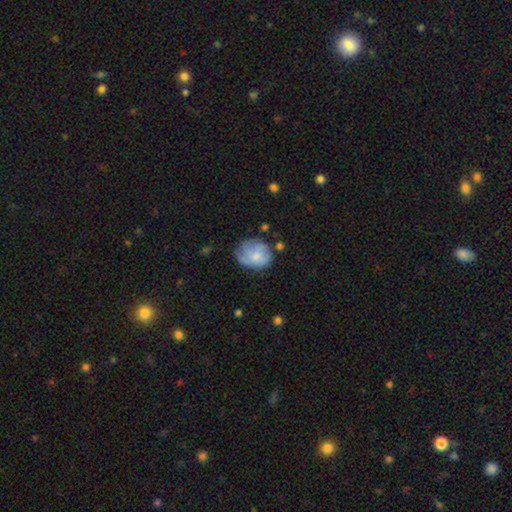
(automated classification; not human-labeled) Smooth or featured? Predicted: smooth (p=0.57). How rounded? Predicted: round (p=0.55). Merging? Predicted: none (p=0.52).